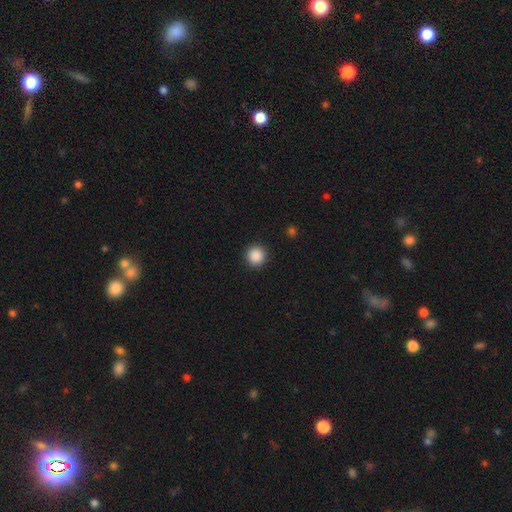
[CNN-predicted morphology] Overall: smooth (88%). How rounded: round (95%). Merging: none (92%).